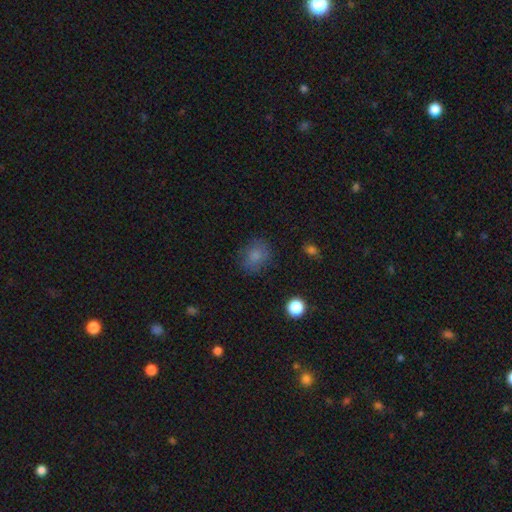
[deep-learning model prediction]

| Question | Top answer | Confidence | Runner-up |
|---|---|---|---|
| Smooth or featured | smooth | 79% | star or artifact (12%) |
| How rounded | round | 59% | in between (40%) |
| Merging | none | 77% | minor disturbance (16%) |